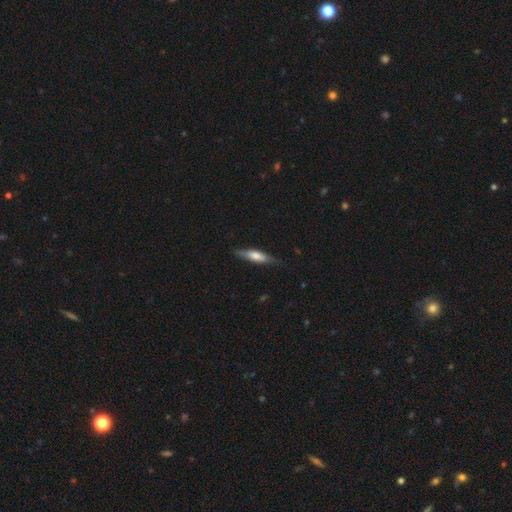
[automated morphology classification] Q: Smooth or featured?
A: smooth (52%); runner-up: featured or disk (42%)
Q: How rounded?
A: cigar-shaped (74%); runner-up: in between (24%)
Q: Merging?
A: none (78%); runner-up: minor disturbance (17%)